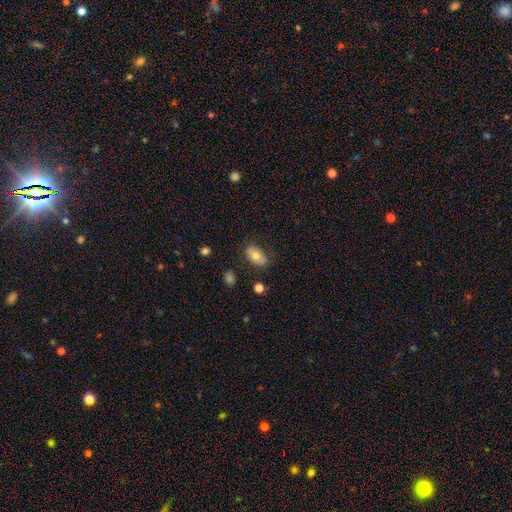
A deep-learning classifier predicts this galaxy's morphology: Smooth or featured: smooth — 70% (featured or disk — 22%)
How rounded: in between — 91% (round — 8%)
Merging: none — 76% (minor disturbance — 17%)